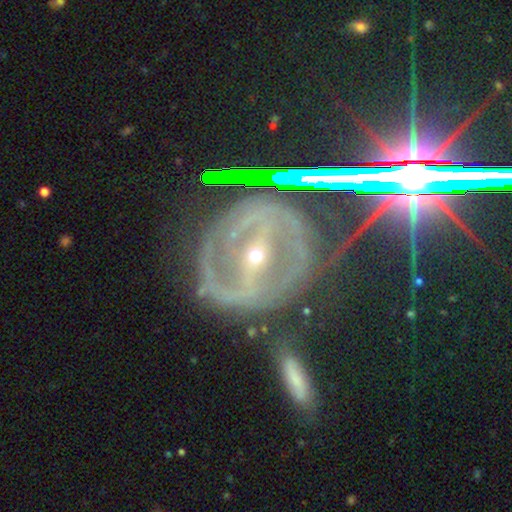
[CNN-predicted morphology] type=featured or disk (83%); edge-on=no (92%); bar=strong (70%); spiral arms=yes (78%); winding=tight (51%); arm count=2 (62%); bulge=small (64%); merging=none (69%).